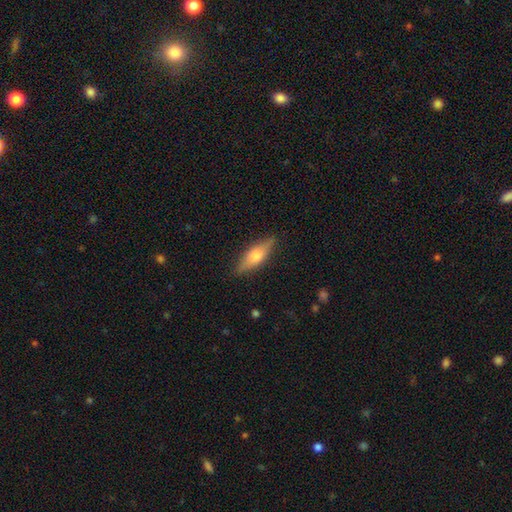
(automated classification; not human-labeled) A featured or disk galaxy (49%). Merging: none (86%).